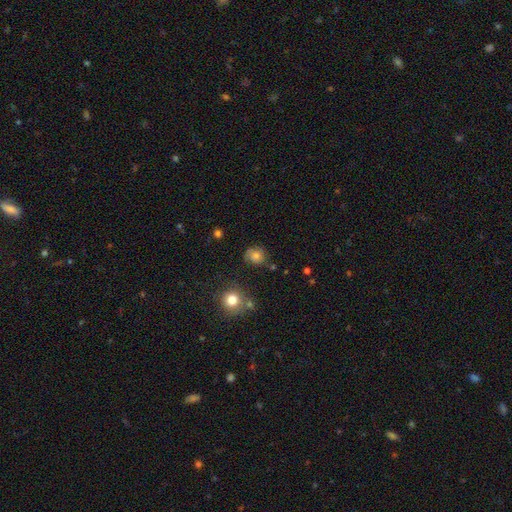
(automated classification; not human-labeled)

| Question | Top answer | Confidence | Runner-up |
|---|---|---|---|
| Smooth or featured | smooth | 72% | featured or disk (14%) |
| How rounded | round | 76% | in between (23%) |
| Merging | none | 67% | minor disturbance (22%) |